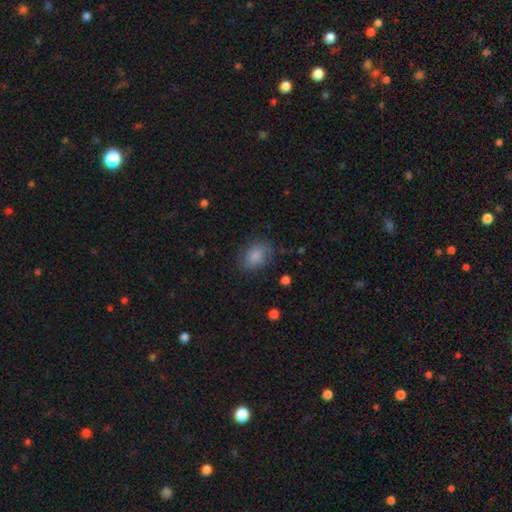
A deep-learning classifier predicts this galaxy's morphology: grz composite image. It shows a smooth galaxy with no disk features (81%) that is in between round and cigar-shaped (76%). Merging: none (74%).